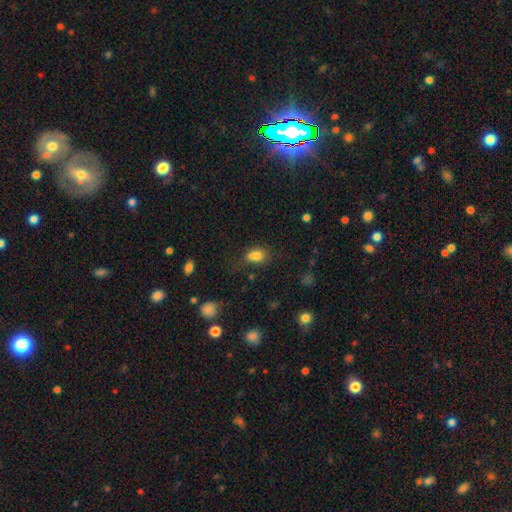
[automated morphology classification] This is likely a smooth galaxy (78%). How rounded: likely in between (69%). Merging: possibly none (46%).